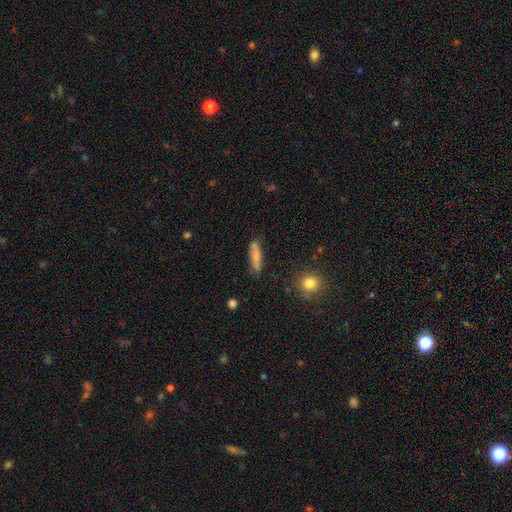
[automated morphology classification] A smooth galaxy with no disk features (69%) that is cigar-shaped (69%). Merging: none (77%).